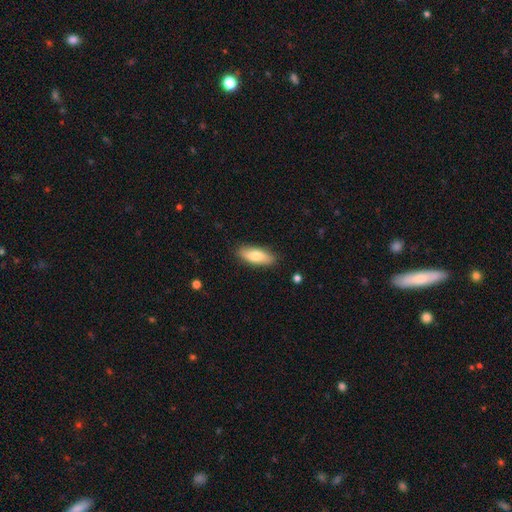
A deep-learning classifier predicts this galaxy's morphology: smooth 76%, featured or disk 19%, star or artifact 6%. Down the decision tree: how rounded — in between (70%); merging — none (86%).